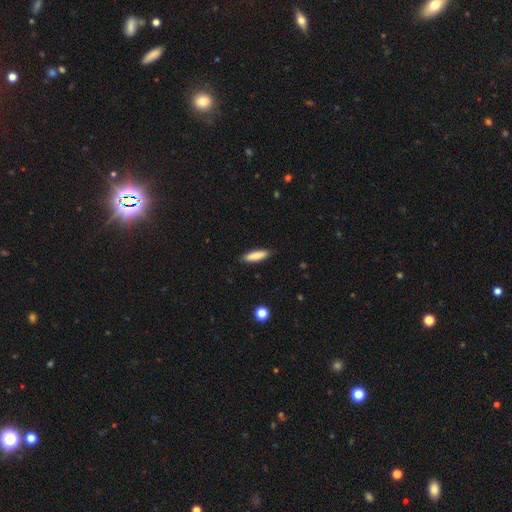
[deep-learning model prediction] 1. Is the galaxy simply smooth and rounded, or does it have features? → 85% smooth, 9% featured or disk, 6% star or artifact.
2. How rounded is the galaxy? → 69% cigar-shaped, 29% in between, 2% round.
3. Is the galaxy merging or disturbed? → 88% none, 9% minor disturbance, 2% major disturbance, 1% merger.